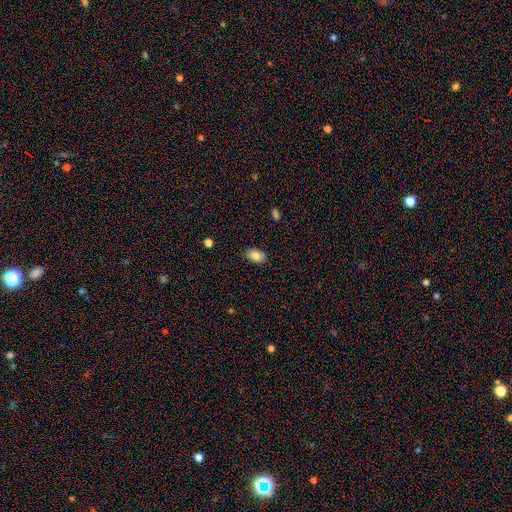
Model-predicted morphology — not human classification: smooth 83%, featured or disk 9%, star or artifact 8%. Down the decision tree: how rounded — in between (86%); merging — none (84%).